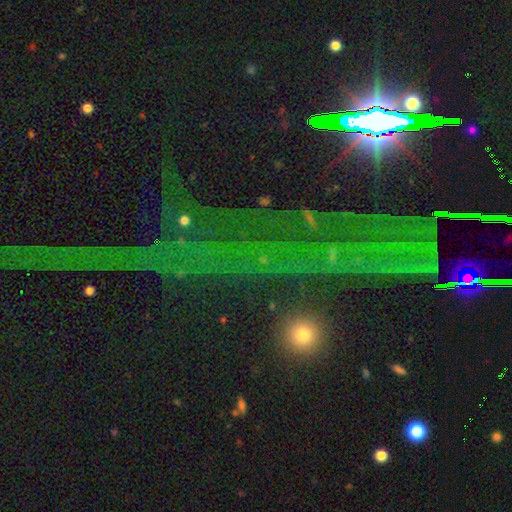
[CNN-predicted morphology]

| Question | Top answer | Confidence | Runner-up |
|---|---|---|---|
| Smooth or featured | star or artifact | 67% | smooth (20%) |